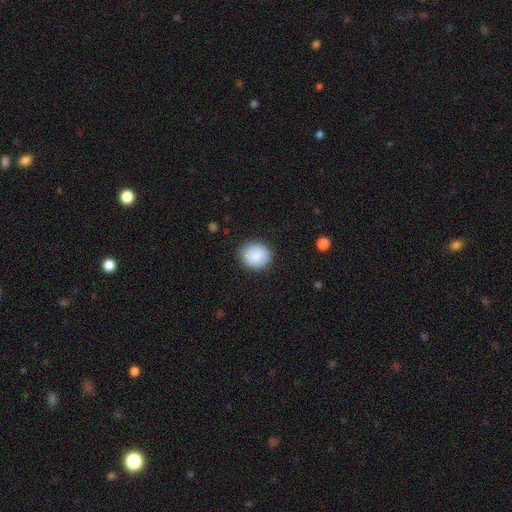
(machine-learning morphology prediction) Smooth or featured? smooth (87%)
How rounded? round (79%)
Merging? none (82%)